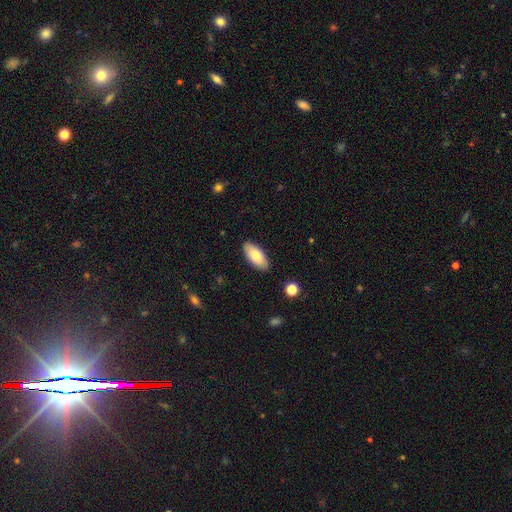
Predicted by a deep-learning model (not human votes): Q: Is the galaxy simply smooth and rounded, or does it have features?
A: smooth — 78%.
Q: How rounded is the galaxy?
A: in between — 90%.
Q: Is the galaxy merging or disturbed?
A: none — 88%.